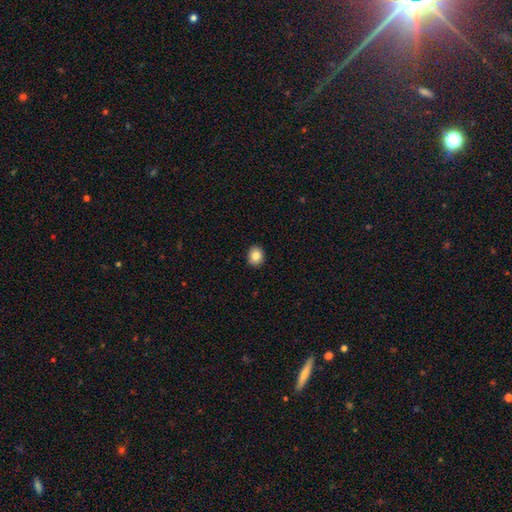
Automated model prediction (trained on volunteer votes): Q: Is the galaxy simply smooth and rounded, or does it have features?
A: smooth — 84%.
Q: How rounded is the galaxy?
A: round — 72%.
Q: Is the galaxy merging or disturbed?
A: none — 91%.